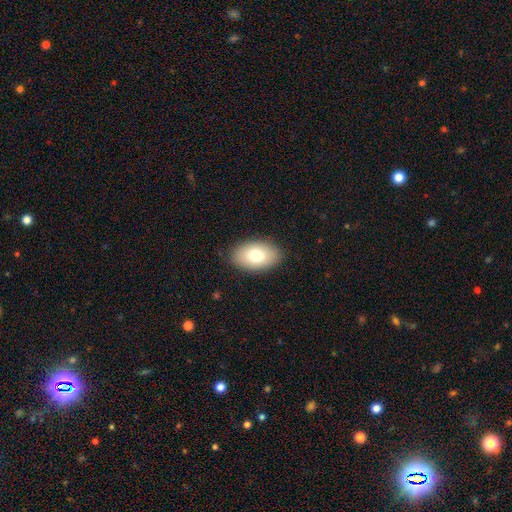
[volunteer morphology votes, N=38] Q: Smooth or featured?
A: smooth (76%); runner-up: featured or disk (16%)
Q: How rounded?
A: in between (86%); runner-up: round (14%)
Q: Merging?
A: none (83%); runner-up: minor disturbance (11%)